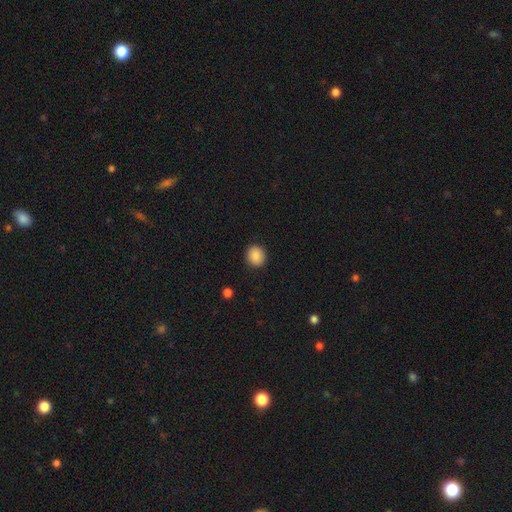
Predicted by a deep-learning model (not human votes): Smooth or featured: smooth — 88% (star or artifact — 9%)
How rounded: round — 86% (in between — 13%)
Merging: none — 91% (minor disturbance — 6%)